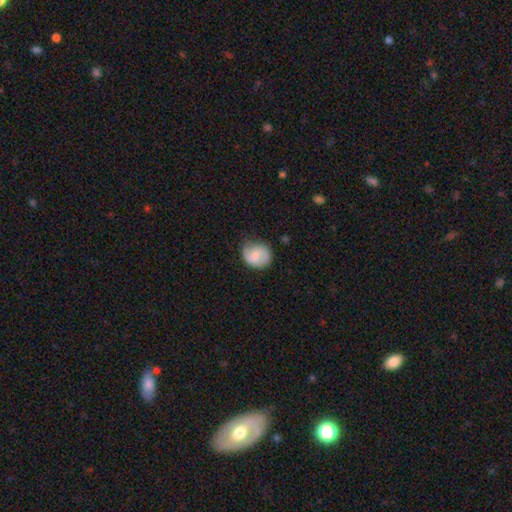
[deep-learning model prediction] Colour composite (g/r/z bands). It shows a featured or disk galaxy (49%). Merging: none (68%).